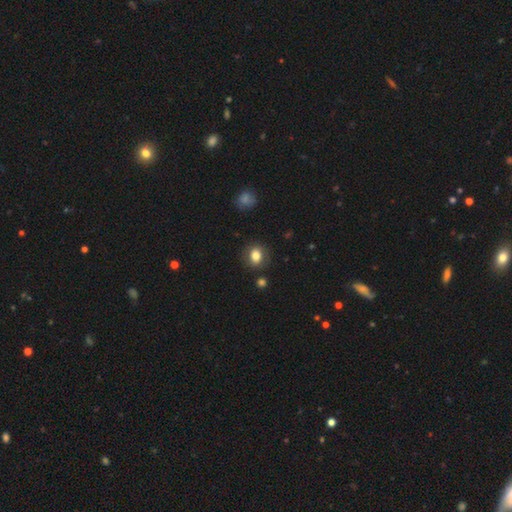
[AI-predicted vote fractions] A smooth galaxy with no disk features (80%) that is round (55%). Merging: none (81%).